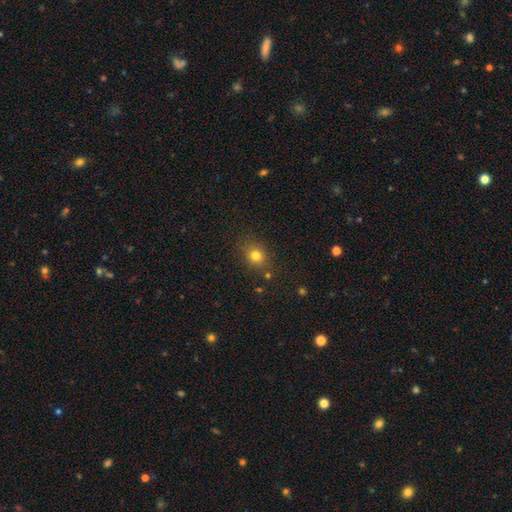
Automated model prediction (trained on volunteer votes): This is likely a smooth galaxy (77%). How rounded: likely round (69%). Merging: clearly none (82%).